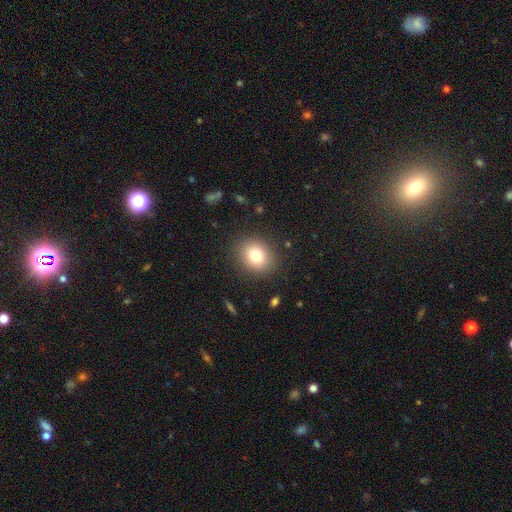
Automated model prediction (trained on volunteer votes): Smooth or featured? smooth (78%)
How rounded? round (65%)
Merging? none (88%)